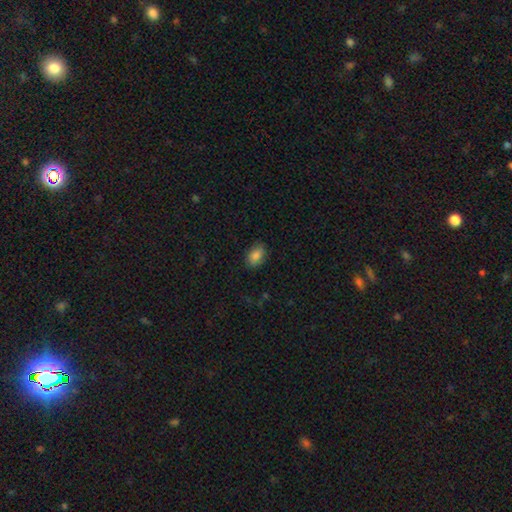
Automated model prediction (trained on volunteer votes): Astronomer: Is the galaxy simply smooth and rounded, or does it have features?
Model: smooth — 87%.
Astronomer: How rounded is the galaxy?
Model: in between — 87%.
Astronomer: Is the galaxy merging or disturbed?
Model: none — 85%.